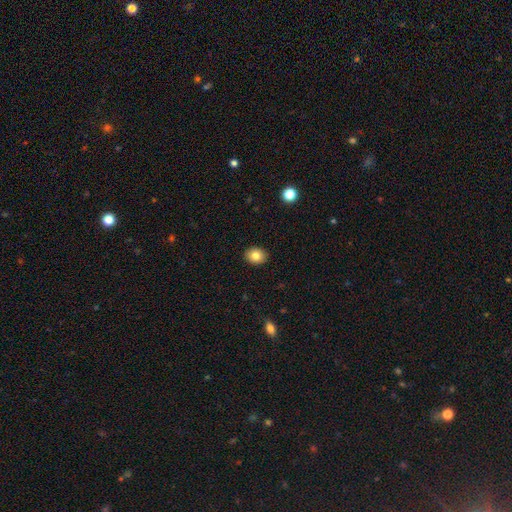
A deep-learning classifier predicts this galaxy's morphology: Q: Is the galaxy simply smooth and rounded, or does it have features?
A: smooth — 83%.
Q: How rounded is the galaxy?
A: round — 52%.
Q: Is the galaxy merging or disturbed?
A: none — 91%.